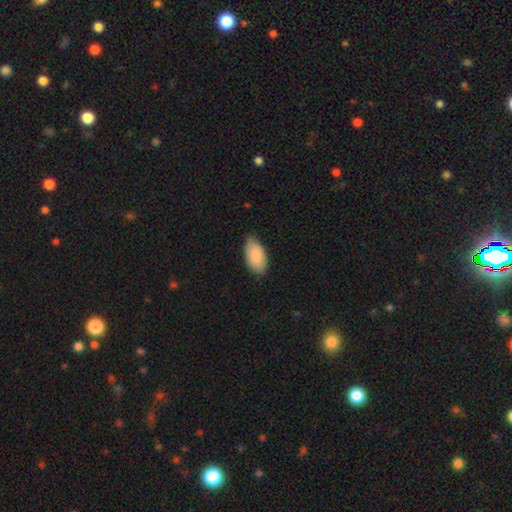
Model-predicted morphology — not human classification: type=smooth (87%); roundness=in between (95%); merging=none (78%).